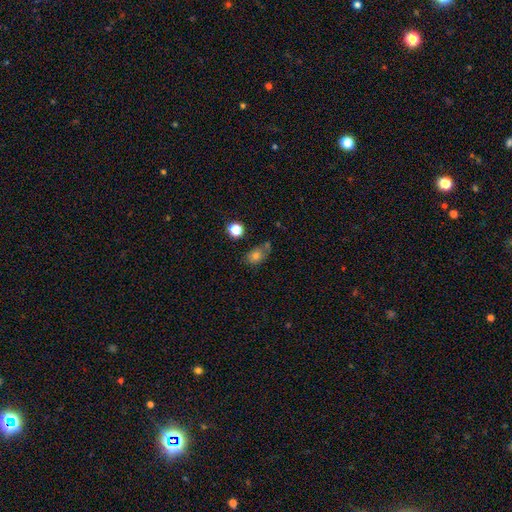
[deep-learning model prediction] The model was most divided on "merging": none: 50%, minor disturbance: 25%, merger: 16%, major disturbance: 10%. More confident: smooth or featured — smooth (74%); how rounded — in between (69%).